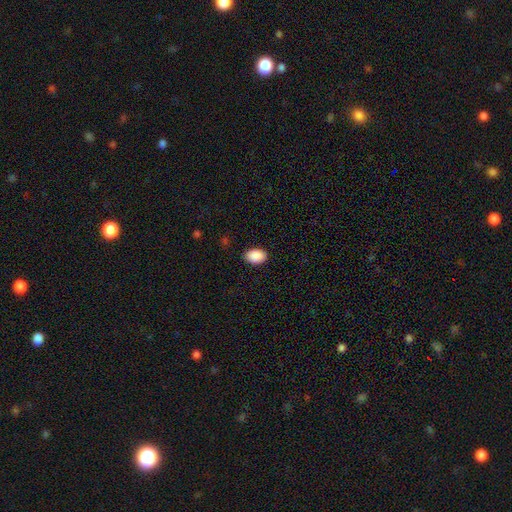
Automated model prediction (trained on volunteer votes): Smooth or featured?
  - smooth: 91% *
  - star or artifact: 7%
  - featured or disk: 2%
How rounded?
  - in between: 86% *
  - round: 13%
  - cigar-shaped: 1%
Merging?
  - none: 88% *
  - minor disturbance: 9%
  - major disturbance: 2%
  - merger: 1%